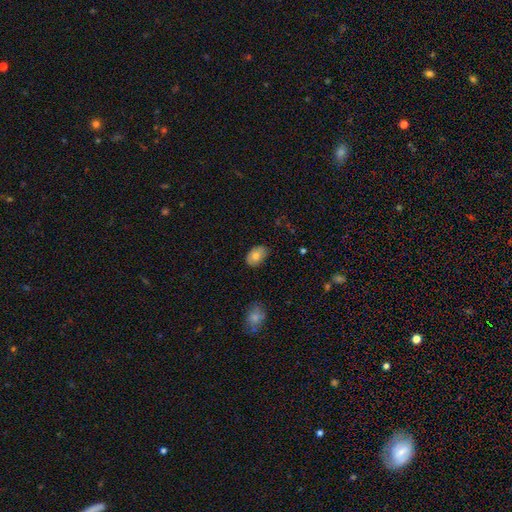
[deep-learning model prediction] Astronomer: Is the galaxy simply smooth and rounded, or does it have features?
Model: smooth — 77%.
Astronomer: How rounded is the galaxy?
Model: in between — 86%.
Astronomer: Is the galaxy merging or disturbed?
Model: none — 79%.